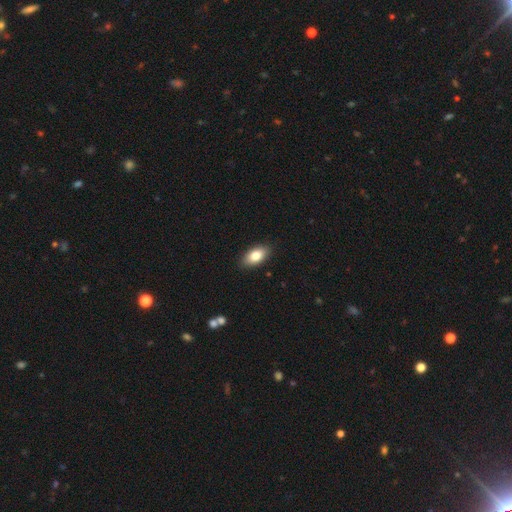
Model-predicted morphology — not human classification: Smooth or featured? smooth (82%)
How rounded? in between (92%)
Merging? none (89%)